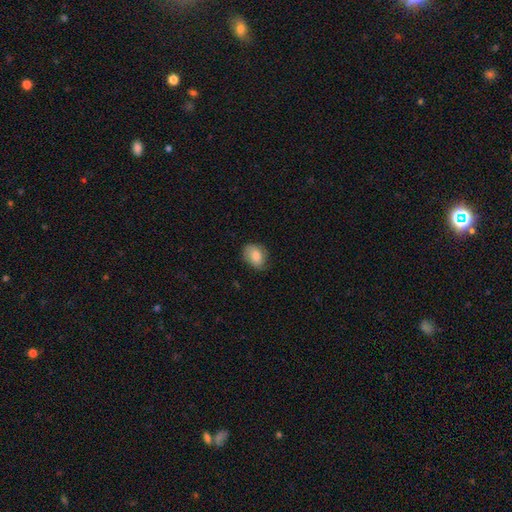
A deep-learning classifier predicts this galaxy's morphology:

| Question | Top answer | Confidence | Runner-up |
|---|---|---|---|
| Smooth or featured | smooth | 79% | featured or disk (14%) |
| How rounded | in between | 66% | round (33%) |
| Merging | none | 73% | minor disturbance (21%) |